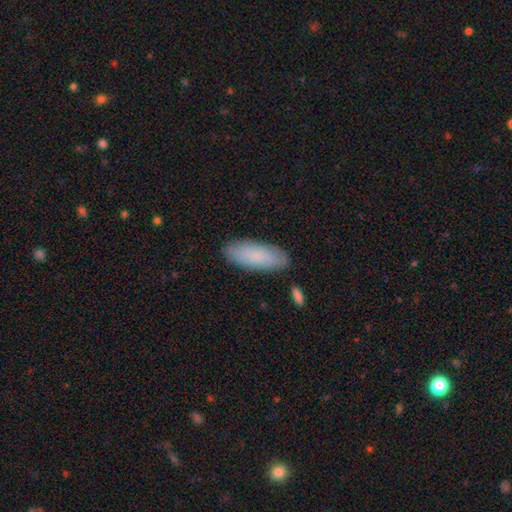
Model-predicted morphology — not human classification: Smooth or featured?
  - smooth: 80% *
  - featured or disk: 13%
  - star or artifact: 6%
How rounded?
  - in between: 73% *
  - cigar-shaped: 25%
  - round: 2%
Merging?
  - none: 84% *
  - minor disturbance: 11%
  - merger: 2%
  - major disturbance: 2%